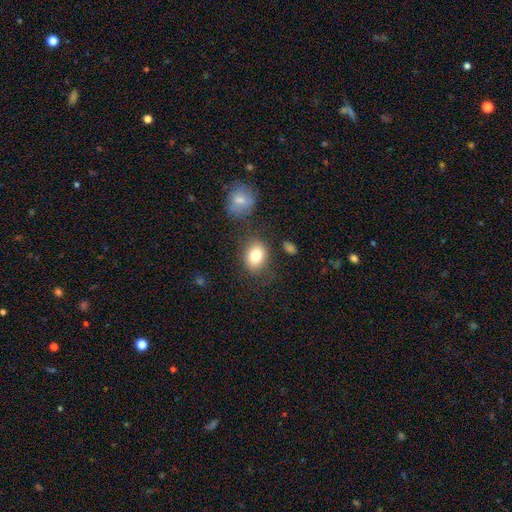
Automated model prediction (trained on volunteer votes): smooth_or_featured: smooth (p=0.81) [alt: featured or disk p=0.10]
how_rounded: in between (p=0.64) [alt: round p=0.35]
merging: none (p=0.74) [alt: minor disturbance p=0.15]